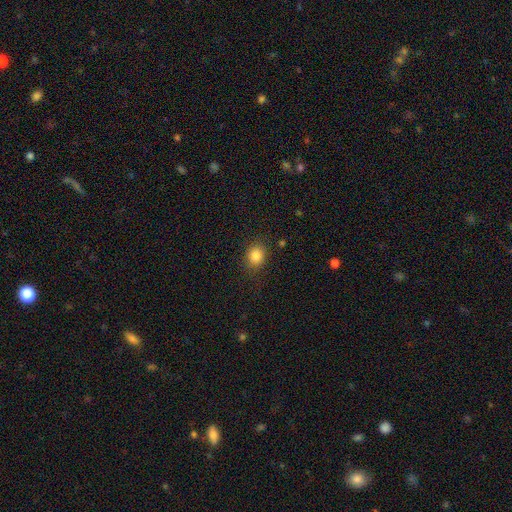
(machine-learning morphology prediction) Overall: smooth (85%). How rounded: round (63%; in between 36%). Merging: none (83%).